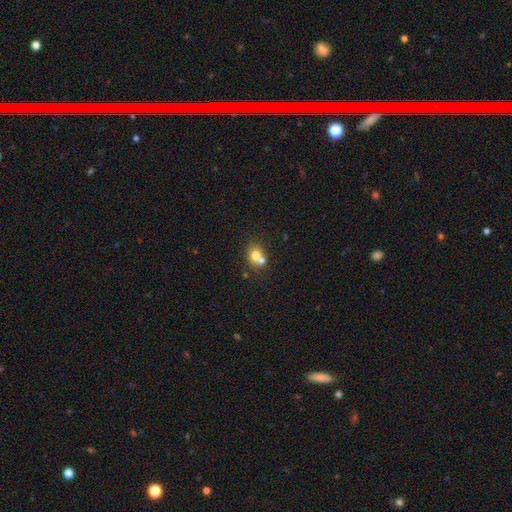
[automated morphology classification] The model was most divided on "merging": none: 45%, merger: 44%, minor disturbance: 8%, major disturbance: 3%. More confident: how rounded — round (71%); smooth or featured — smooth (71%).